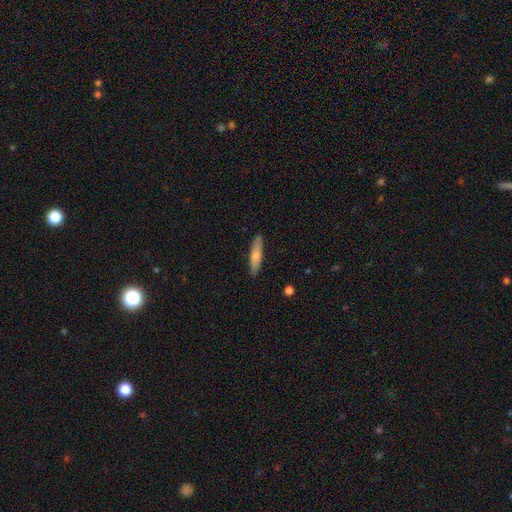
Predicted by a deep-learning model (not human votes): Q: Smooth or featured?
A: smooth (72%); runner-up: featured or disk (22%)
Q: How rounded?
A: cigar-shaped (79%); runner-up: in between (19%)
Q: Merging?
A: none (88%); runner-up: minor disturbance (9%)